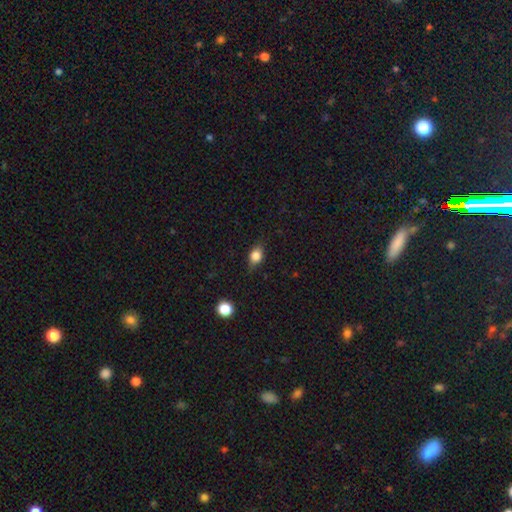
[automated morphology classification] A smooth galaxy with no disk features (74%) that is in between round and cigar-shaped (59%). Merging: none (76%).